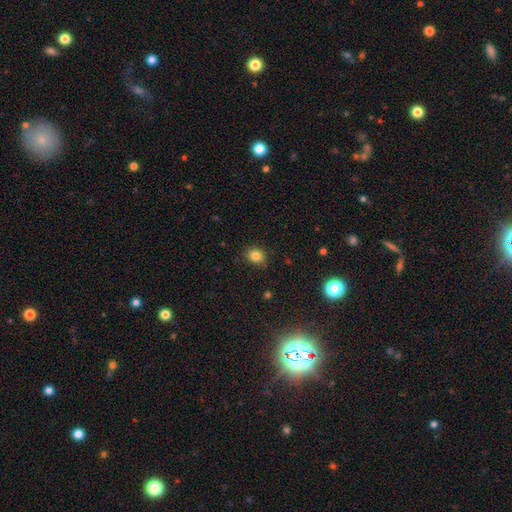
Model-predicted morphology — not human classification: type=smooth (82%); roundness=round (65%); merging=none (86%).